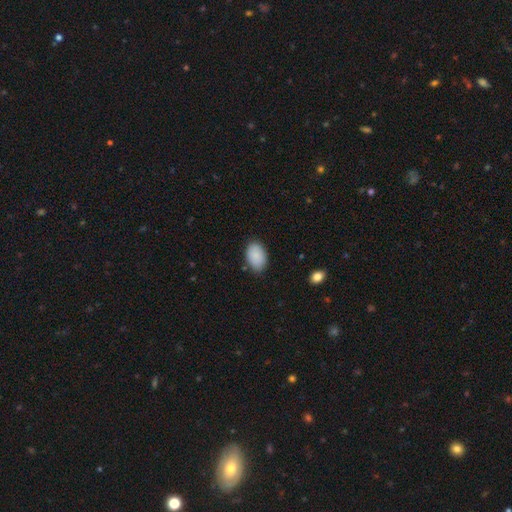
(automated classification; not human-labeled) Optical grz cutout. It shows a smooth galaxy with no disk features (88%) that is in between round and cigar-shaped (90%). Merging: none (82%).